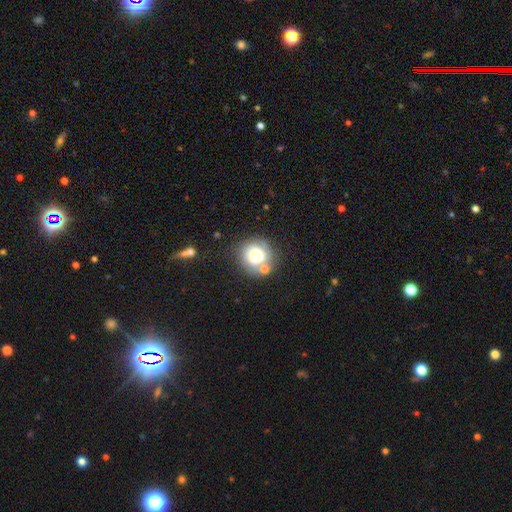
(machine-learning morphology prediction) A smooth galaxy with no disk features (62%) that is round (88%).

Vote fractions:
- Smooth or featured? smooth: 62% / featured or disk: 28% / star or artifact: 10%
- How rounded? round: 88% / in between: 11% / cigar-shaped: 1%
- Merging? none: 61% / merger: 16% / minor disturbance: 16% / major disturbance: 7%